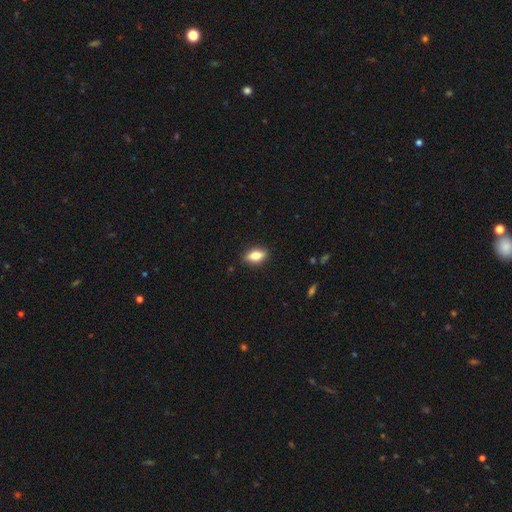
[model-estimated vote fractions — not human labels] Smooth or featured? smooth (69%)
How rounded? in between (80%)
Merging? none (86%)